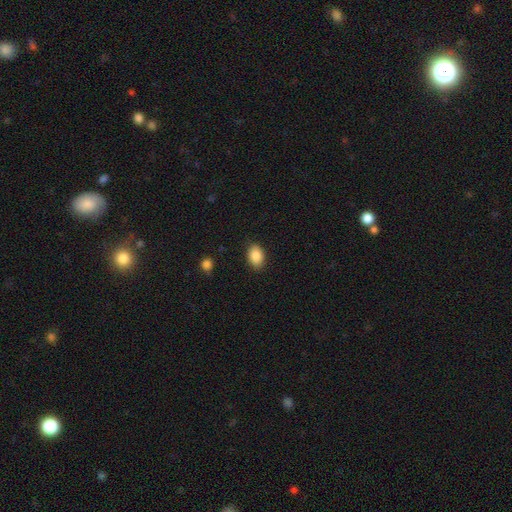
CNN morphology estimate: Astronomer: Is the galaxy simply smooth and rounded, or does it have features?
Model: smooth — 88%.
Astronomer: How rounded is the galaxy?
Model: in between — 84%.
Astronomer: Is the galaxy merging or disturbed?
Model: none — 87%.